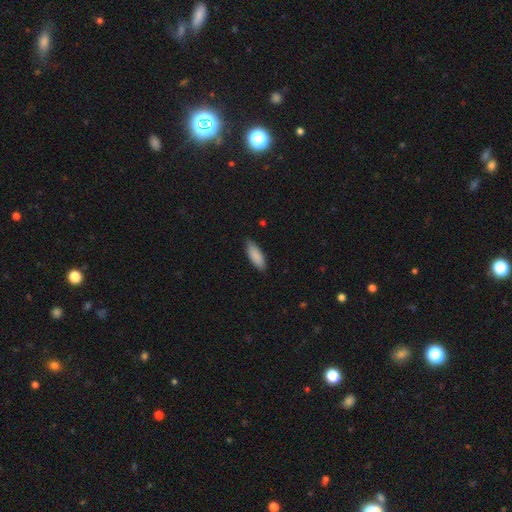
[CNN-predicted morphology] Smooth or featured?
  - smooth: 88% *
  - featured or disk: 6%
  - star or artifact: 6%
How rounded?
  - in between: 70% *
  - cigar-shaped: 28%
  - round: 2%
Merging?
  - none: 82% *
  - minor disturbance: 15%
  - major disturbance: 2%
  - merger: 1%